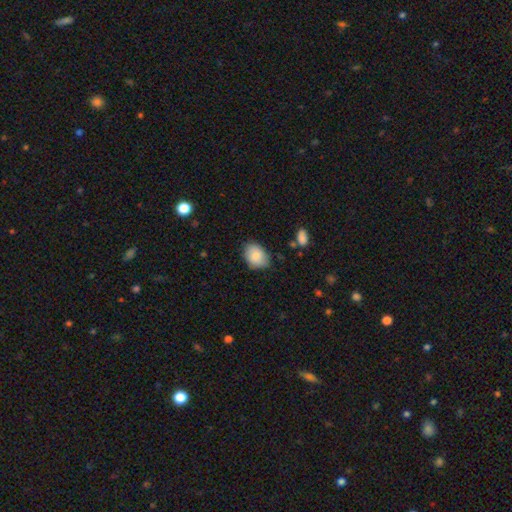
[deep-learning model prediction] This appears to be a smooth galaxy with no disk features (84%) that is in between round and cigar-shaped (71%). Merging: none (78%).